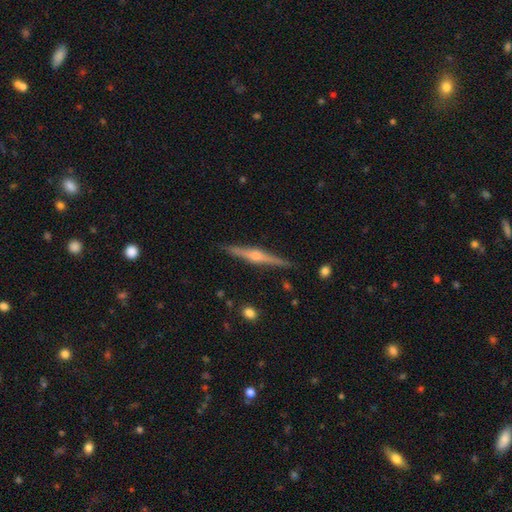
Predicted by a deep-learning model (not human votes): A featured or disk galaxy (82%) viewed edge-on (98%) with a rounded central bulge (88%). Merging: none (91%).